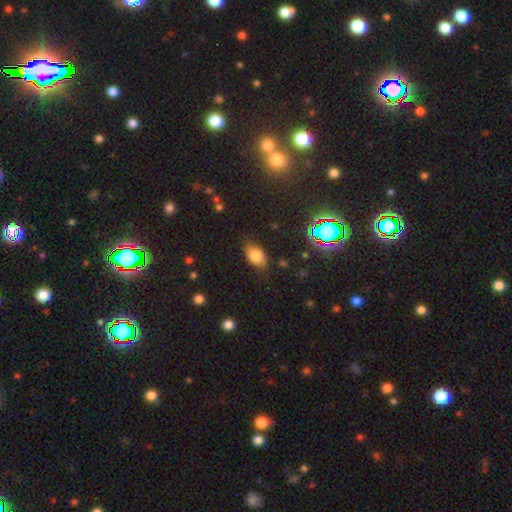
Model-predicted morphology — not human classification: Smooth or featured: smooth — 74% (featured or disk — 14%)
How rounded: in between — 84% (round — 13%)
Merging: none — 72% (minor disturbance — 21%)